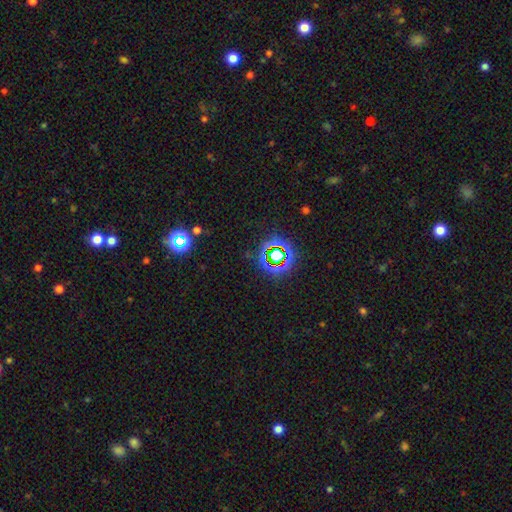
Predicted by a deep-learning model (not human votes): Smooth or featured? Predicted: star or artifact (p=0.75).